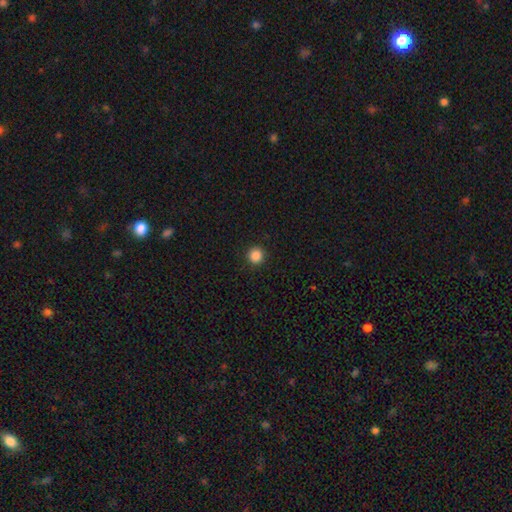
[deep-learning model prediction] Smooth or featured? smooth (87%)
How rounded? round (96%)
Merging? none (93%)